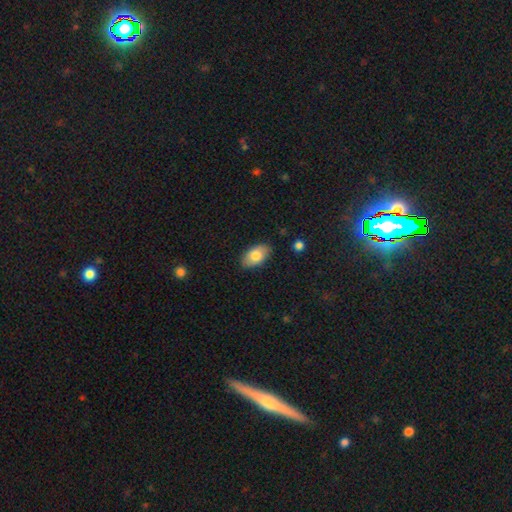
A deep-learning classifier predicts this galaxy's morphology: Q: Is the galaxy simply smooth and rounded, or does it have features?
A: smooth — 79%.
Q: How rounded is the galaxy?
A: in between — 93%.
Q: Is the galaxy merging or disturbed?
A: none — 85%.